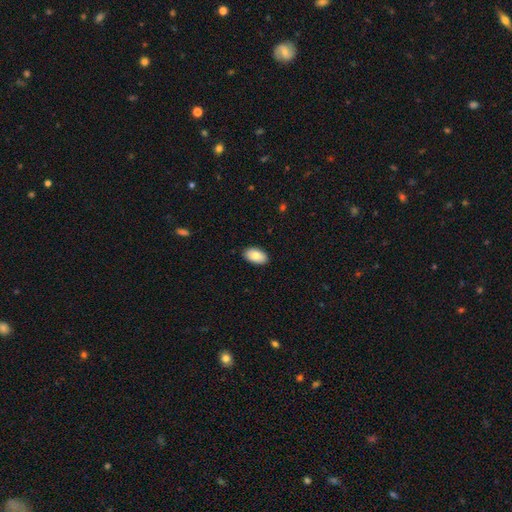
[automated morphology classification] Overall: smooth (87%). How rounded: in between (95%). Merging: none (89%).